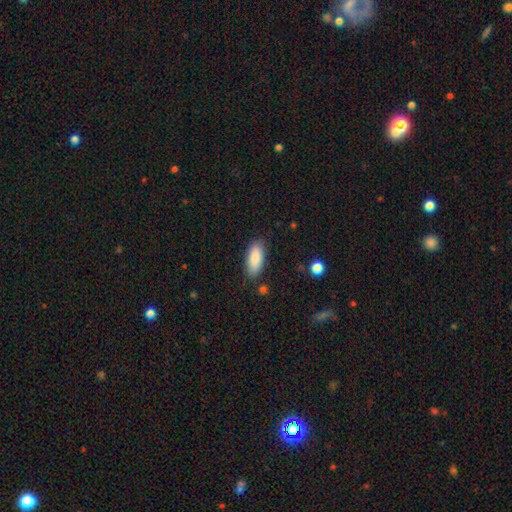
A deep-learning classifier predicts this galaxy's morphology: A smooth galaxy with no disk features (88%) that is in between round and cigar-shaped (82%).

Vote fractions:
- Smooth or featured? smooth: 88% / star or artifact: 6% / featured or disk: 6%
- How rounded? in between: 82% / cigar-shaped: 16% / round: 2%
- Merging? none: 84% / minor disturbance: 12% / major disturbance: 3% / merger: 2%